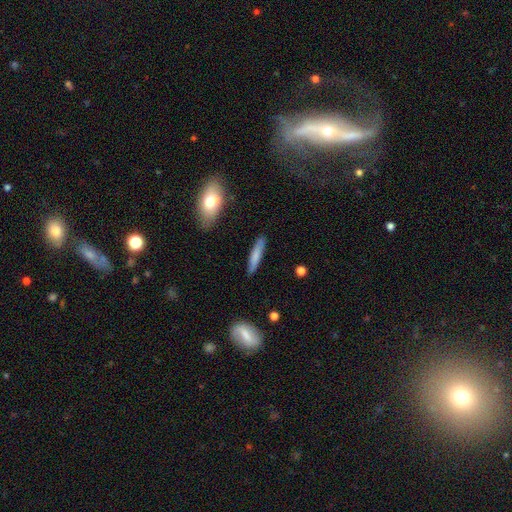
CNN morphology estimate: Overall: smooth (72%). How rounded: cigar-shaped (89%). Merging: none (87%).